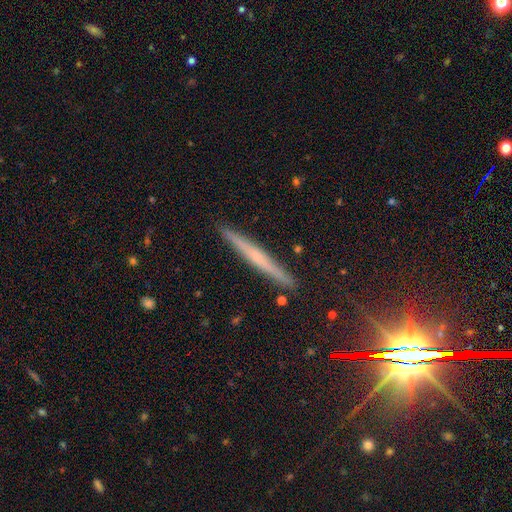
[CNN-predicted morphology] type=featured or disk (50%); merging=none (91%).